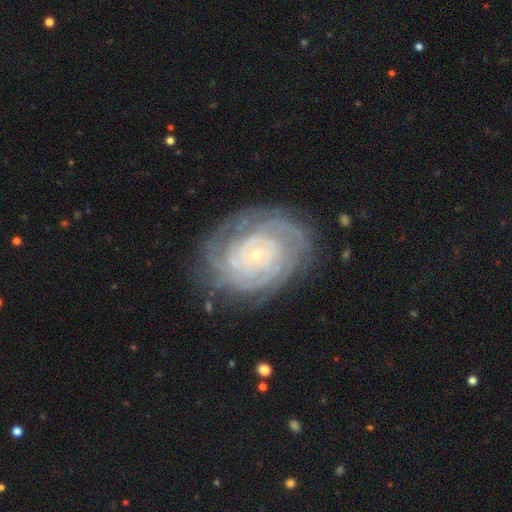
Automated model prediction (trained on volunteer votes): Smooth or featured?
  - featured or disk: 87% *
  - smooth: 7%
  - star or artifact: 6%
Edge-on disk?
  - no: 97% *
  - yes: 3%
Bar?
  - no: 79% *
  - weak: 15%
  - strong: 6%
Spiral arms?
  - yes: 97% *
  - no: 3%
Spiral winding?
  - tight: 84% *
  - medium: 14%
  - loose: 3%
Spiral arm count?
  - can't tell: 28% *
  - 4: 20%
  - more than 4: 17%
  - 3: 15%
  - 2: 14%
  - 1: 7%
Bulge size?
  - small: 87% *
  - moderate: 9%
  - none: 2%
  - large: 1%
  - dominant: 1%
Merging?
  - none: 77% *
  - minor disturbance: 16%
  - major disturbance: 6%
  - merger: 1%